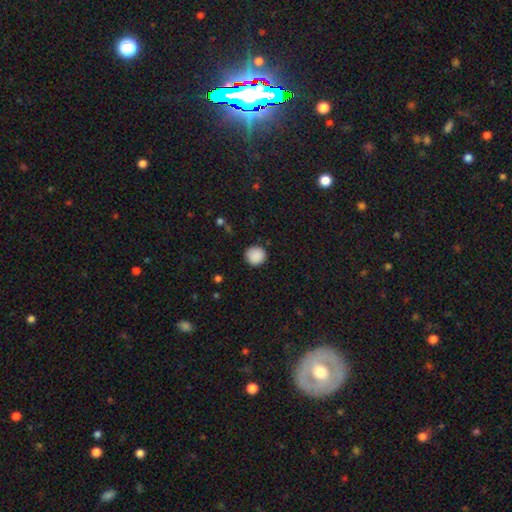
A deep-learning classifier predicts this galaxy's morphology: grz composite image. It shows a smooth galaxy with no disk features (89%) that is round (93%). Merging: none (89%).